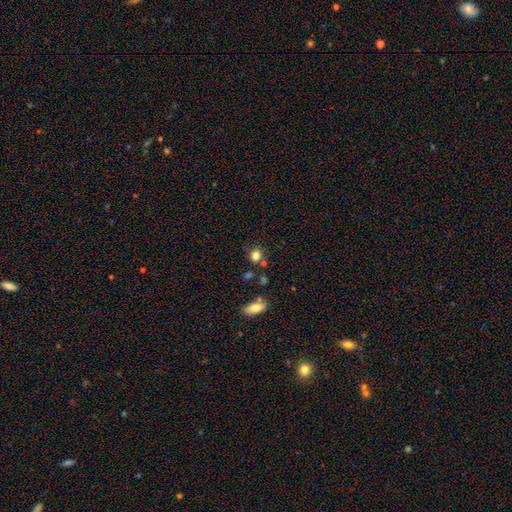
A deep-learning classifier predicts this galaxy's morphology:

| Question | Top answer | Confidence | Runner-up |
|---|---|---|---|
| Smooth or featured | smooth | 81% | star or artifact (12%) |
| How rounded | round | 75% | in between (23%) |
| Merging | none | 69% | minor disturbance (14%) |